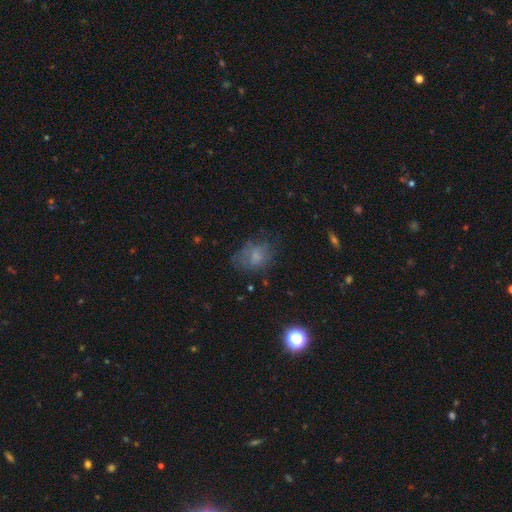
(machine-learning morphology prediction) smooth-or-featured: smooth: 55% | featured or disk: 30% | star or artifact: 15%
  how-rounded: in between: 68% | round: 30% | cigar-shaped: 2%
  merging: none: 50% | minor disturbance: 25% | major disturbance: 22% | merger: 3%